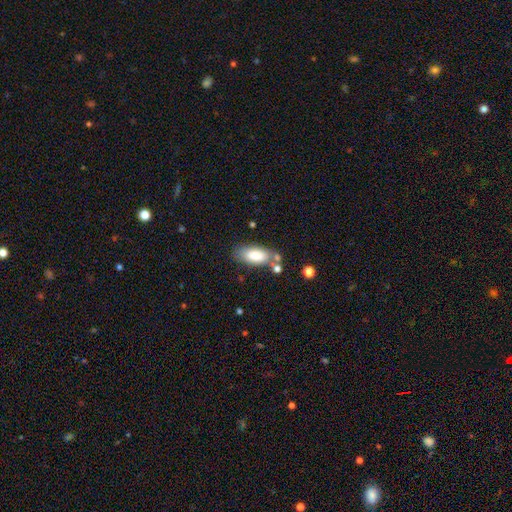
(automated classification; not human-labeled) Smooth or featured: smooth — 82% (featured or disk — 11%)
How rounded: in between — 86% (cigar-shaped — 11%)
Merging: none — 64% (minor disturbance — 18%)